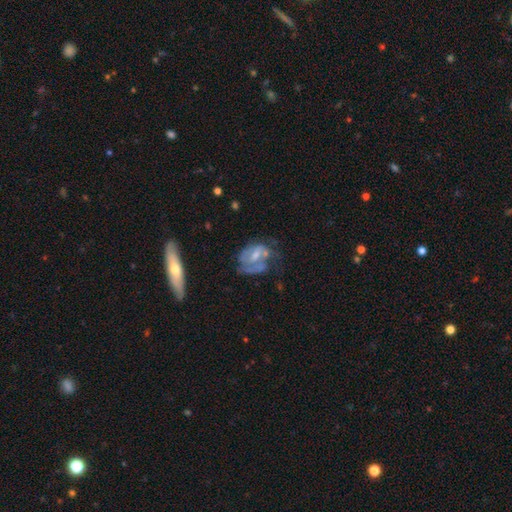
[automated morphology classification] smooth-or-featured: featured or disk: 66% | smooth: 26% | star or artifact: 8%
  disk-edge-on: no: 96% | yes: 4%
    bar: no: 45% | weak: 42% | strong: 13%
    has-spiral-arms: yes: 60% | no: 40%
    bulge-size: moderate: 43% | small: 39% | none: 12% | large: 4% | dominant: 1%
  merging: none: 34% | major disturbance: 30% | minor disturbance: 24% | merger: 12%